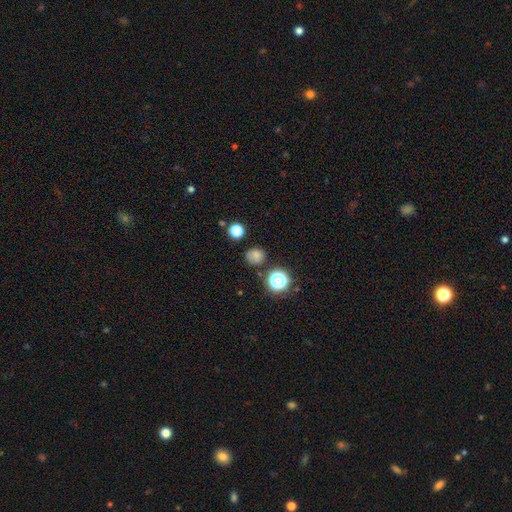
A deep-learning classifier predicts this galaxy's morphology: This appears to be a smooth galaxy with no disk features (71%) that is round (78%). Merging: none (75%).